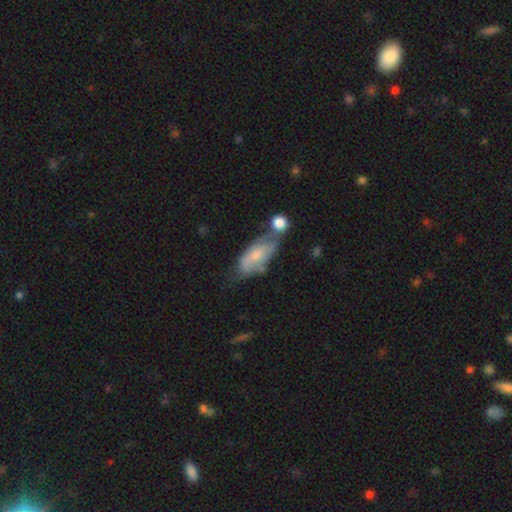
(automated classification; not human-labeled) Q: Smooth or featured?
A: smooth (49%); runner-up: featured or disk (44%)
Q: Merging?
A: none (33%); runner-up: minor disturbance (27%)